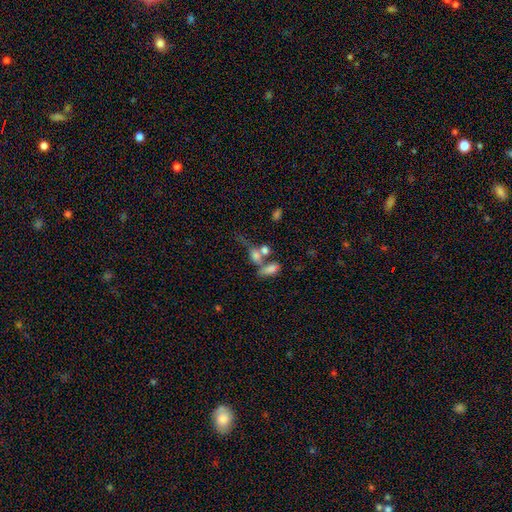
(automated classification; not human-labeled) This is likely a smooth galaxy (60%). How rounded: possibly in between (55%). Merging: possibly merger (48%).